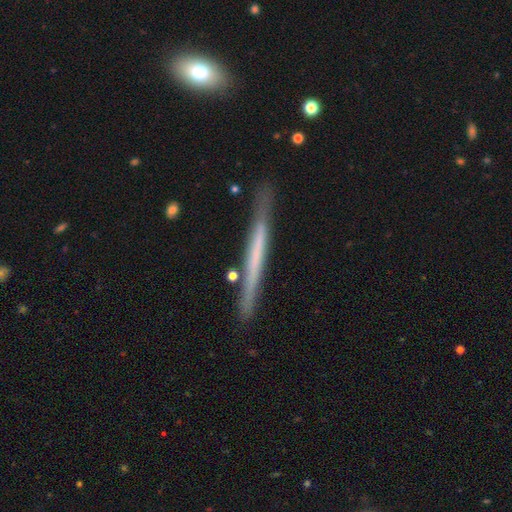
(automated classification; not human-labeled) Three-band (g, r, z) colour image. It shows a featured or disk galaxy (53%) viewed edge-on (96%) with no central bulge (89%). Merging: none (84%).